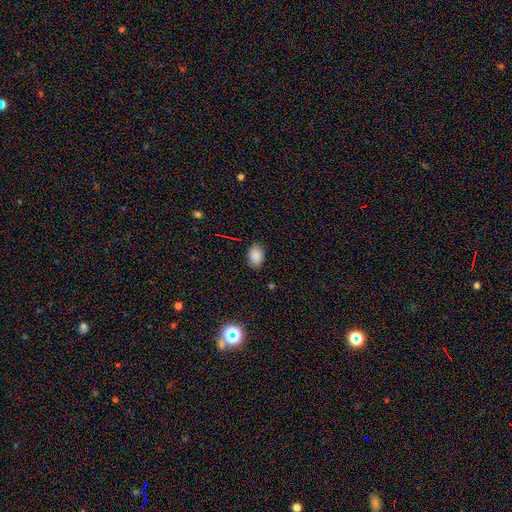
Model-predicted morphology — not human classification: type=smooth (86%); roundness=in between (80%); merging=none (84%).